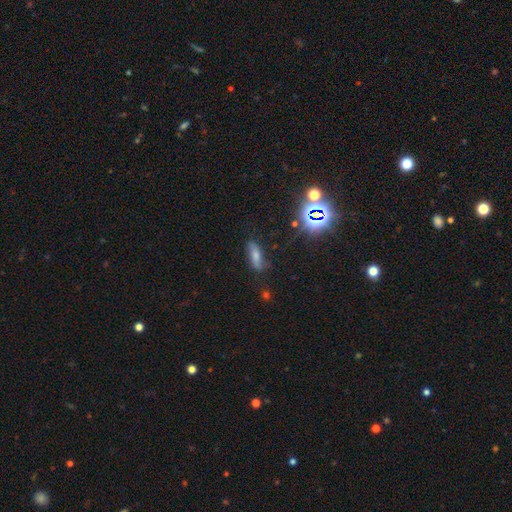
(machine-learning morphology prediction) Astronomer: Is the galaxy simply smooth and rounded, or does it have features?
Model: smooth — 58%.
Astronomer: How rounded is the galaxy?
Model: in between — 54% (runner-up: cigar-shaped, 42%).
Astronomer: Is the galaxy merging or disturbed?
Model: none — 72%.